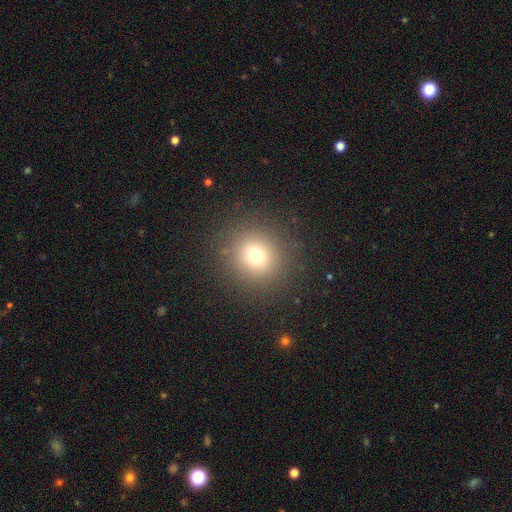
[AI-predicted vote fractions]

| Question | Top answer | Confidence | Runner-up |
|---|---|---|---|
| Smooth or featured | smooth | 72% | star or artifact (18%) |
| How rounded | round | 93% | in between (6%) |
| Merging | none | 88% | minor disturbance (6%) |